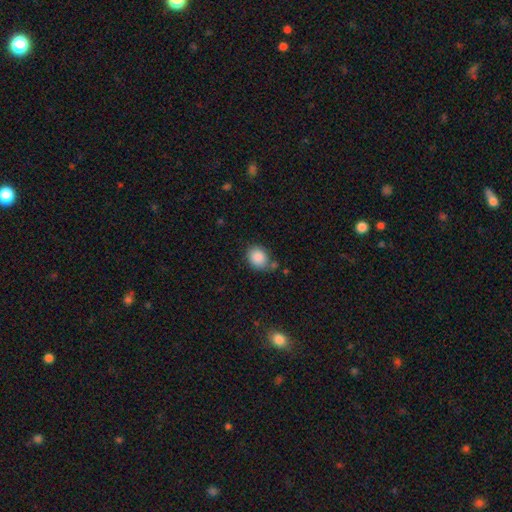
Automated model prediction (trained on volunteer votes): smooth_or_featured: smooth (p=0.87) [alt: star or artifact p=0.09]
how_rounded: round (p=0.62) [alt: in between p=0.37]
merging: none (p=0.71) [alt: minor disturbance p=0.18]